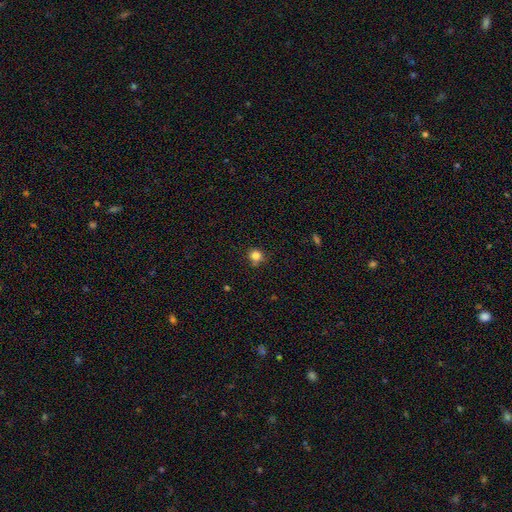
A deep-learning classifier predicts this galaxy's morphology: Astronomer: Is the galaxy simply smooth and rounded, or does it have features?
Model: smooth — 82%.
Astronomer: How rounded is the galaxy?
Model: round — 91%.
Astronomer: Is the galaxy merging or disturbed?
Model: none — 80%.